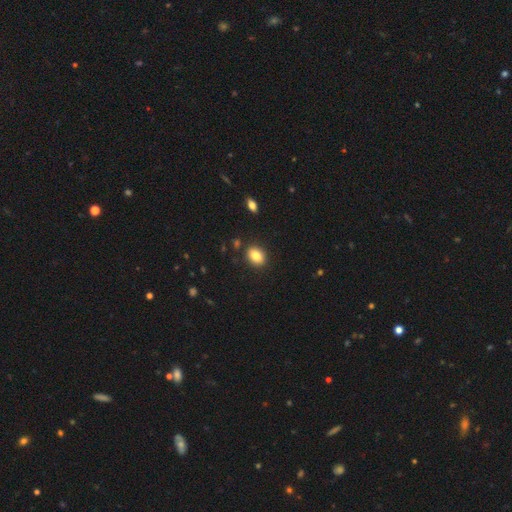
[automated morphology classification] Overall: smooth (84%). How rounded: in between (67%; round 32%). Merging: none (87%).